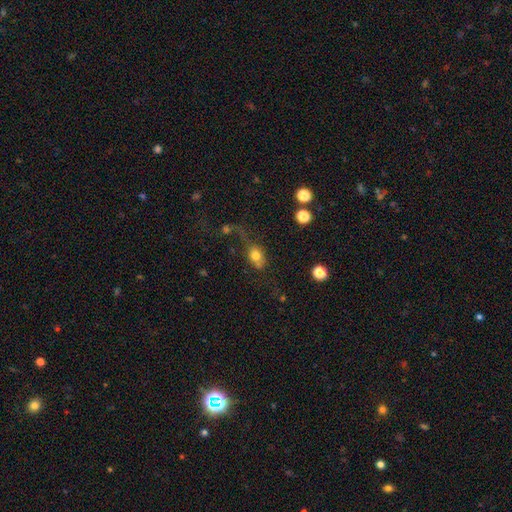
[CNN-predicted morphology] This is likely a smooth galaxy (74%). How rounded: possibly in between (59%). Merging: marginally major disturbance (33%).